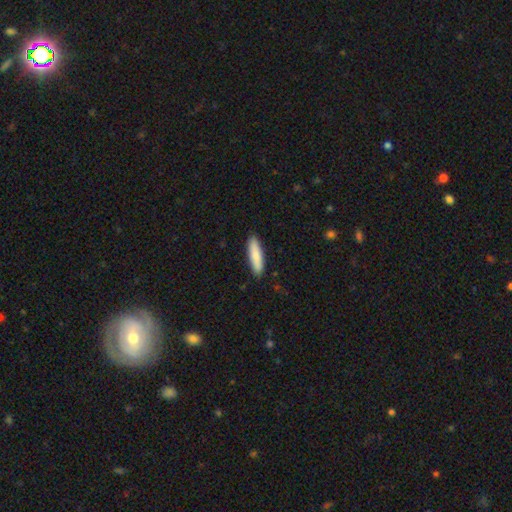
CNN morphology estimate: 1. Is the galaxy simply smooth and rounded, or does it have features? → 83% smooth, 11% featured or disk, 5% star or artifact.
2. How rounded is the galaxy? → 71% cigar-shaped, 28% in between, 1% round.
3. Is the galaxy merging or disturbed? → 89% none, 8% minor disturbance, 2% major disturbance, 1% merger.